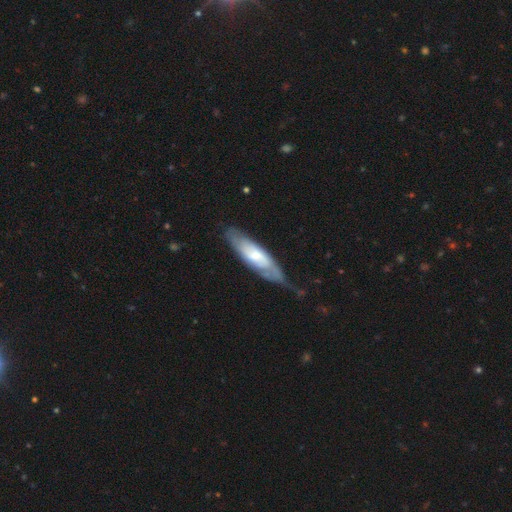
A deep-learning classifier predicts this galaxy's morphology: smooth-or-featured: featured or disk: 58% | smooth: 37% | star or artifact: 5%
  disk-edge-on: no: 71% | yes: 29%
  merging: none: 51% | minor disturbance: 33% | major disturbance: 14% | merger: 3%